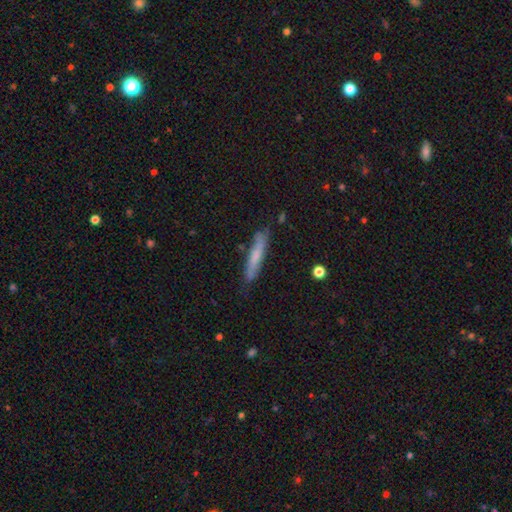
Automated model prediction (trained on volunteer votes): A smooth galaxy with no disk features (63%) that is cigar-shaped (92%).

Vote fractions:
- Smooth or featured? smooth: 63% / featured or disk: 30% / star or artifact: 6%
- How rounded? cigar-shaped: 92% / in between: 7% / round: 1%
- Merging? none: 79% / minor disturbance: 16% / major disturbance: 3% / merger: 2%